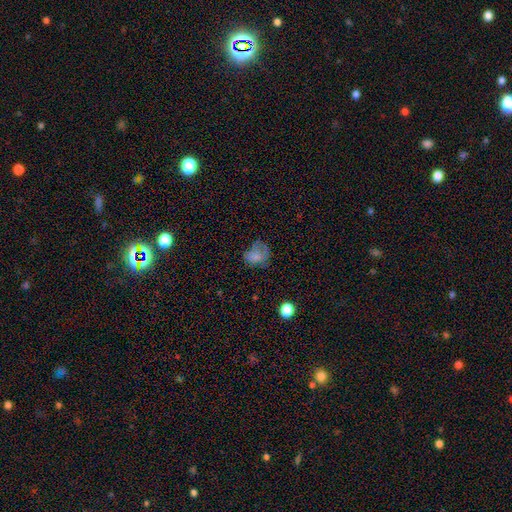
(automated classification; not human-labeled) Smooth or featured? Predicted: smooth (p=0.68). How rounded? Predicted: in between (p=0.51). Merging? Predicted: none (p=0.41).